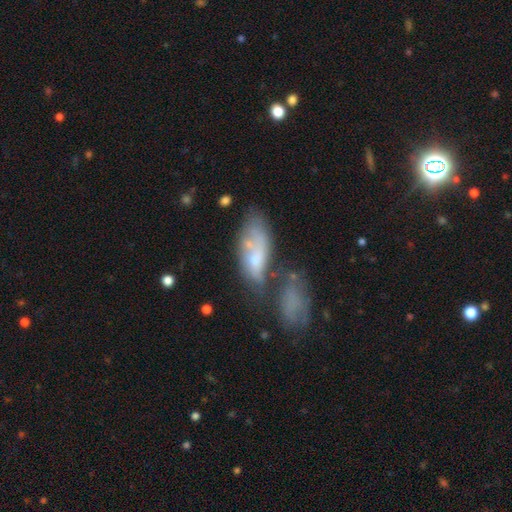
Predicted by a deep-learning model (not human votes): This is possibly a smooth galaxy (52%). How rounded: clearly in between (83%). Merging: marginally merger (33%).